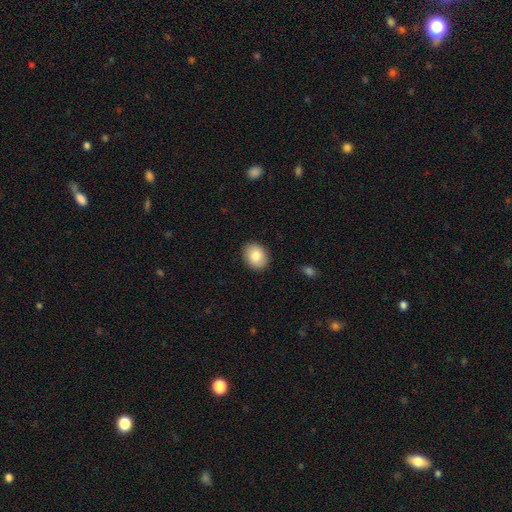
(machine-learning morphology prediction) Smooth or featured? Predicted: smooth (p=0.85). How rounded? Predicted: in between (p=0.54). Merging? Predicted: none (p=0.89).